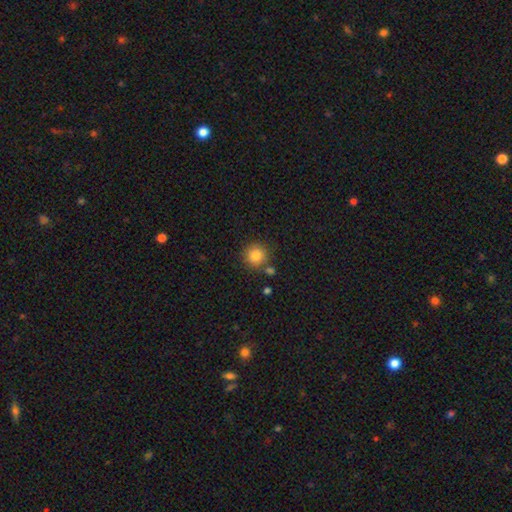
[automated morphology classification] This is clearly a smooth galaxy (83%). How rounded: clearly round (94%). Merging: likely none (79%).